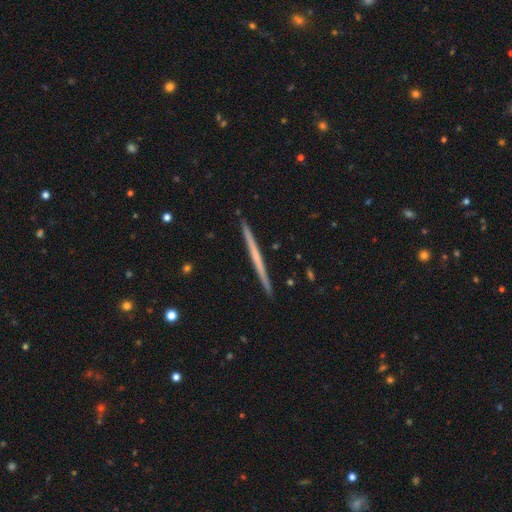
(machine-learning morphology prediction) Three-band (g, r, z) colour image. It shows a featured or disk galaxy (63%) viewed edge-on (98%) with no central bulge (70%). Merging: none (91%).